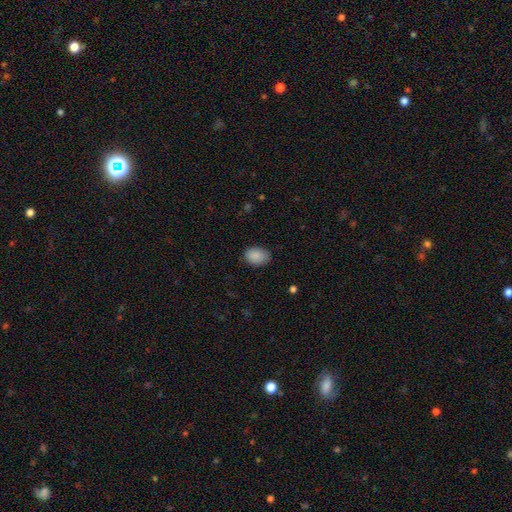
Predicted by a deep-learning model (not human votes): This appears to be a smooth galaxy with no disk features (89%) that is in between round and cigar-shaped (82%). Merging: none (82%).